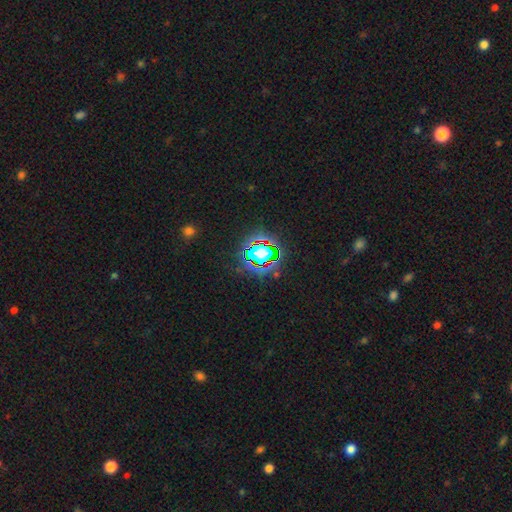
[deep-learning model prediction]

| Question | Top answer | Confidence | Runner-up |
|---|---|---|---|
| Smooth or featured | star or artifact | 79% | smooth (13%) |